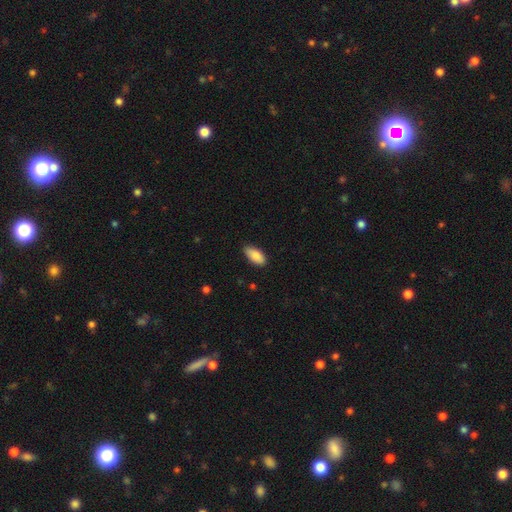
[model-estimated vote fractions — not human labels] Smooth or featured: smooth — 86% (featured or disk — 8%)
How rounded: in between — 91% (cigar-shaped — 7%)
Merging: none — 81% (minor disturbance — 15%)